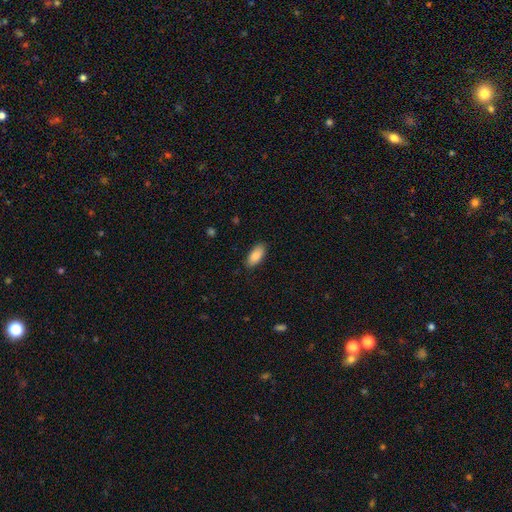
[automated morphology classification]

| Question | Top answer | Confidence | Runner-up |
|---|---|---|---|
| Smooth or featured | smooth | 86% | featured or disk (7%) |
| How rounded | in between | 89% | cigar-shaped (9%) |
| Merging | none | 87% | minor disturbance (10%) |